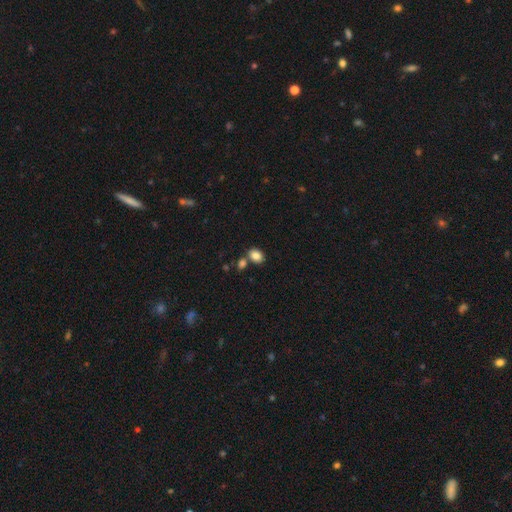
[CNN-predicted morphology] Smooth or featured?
  - smooth: 84% *
  - star or artifact: 9%
  - featured or disk: 7%
How rounded?
  - in between: 67% *
  - round: 32%
  - cigar-shaped: 1%
Merging?
  - none: 64% *
  - merger: 22%
  - minor disturbance: 11%
  - major disturbance: 3%